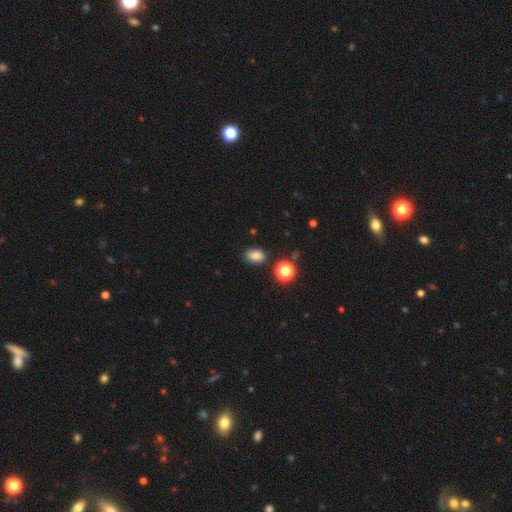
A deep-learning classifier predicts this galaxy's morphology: Smooth or featured?
  - smooth: 81% *
  - star or artifact: 14%
  - featured or disk: 5%
How rounded?
  - in between: 77% *
  - round: 22%
  - cigar-shaped: 1%
Merging?
  - none: 79% *
  - minor disturbance: 14%
  - merger: 4%
  - major disturbance: 3%